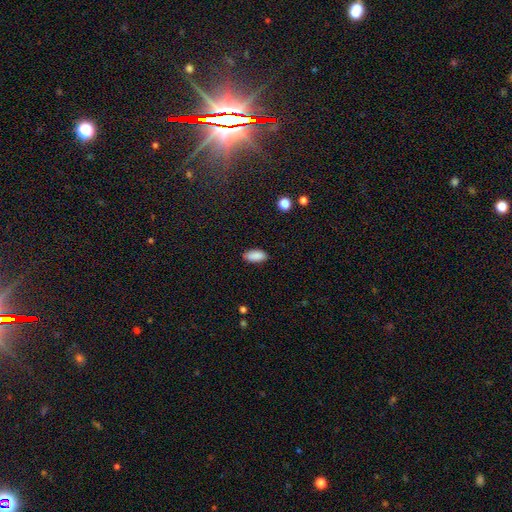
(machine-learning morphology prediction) Smooth or featured? smooth (89%)
How rounded? in between (90%)
Merging? none (87%)